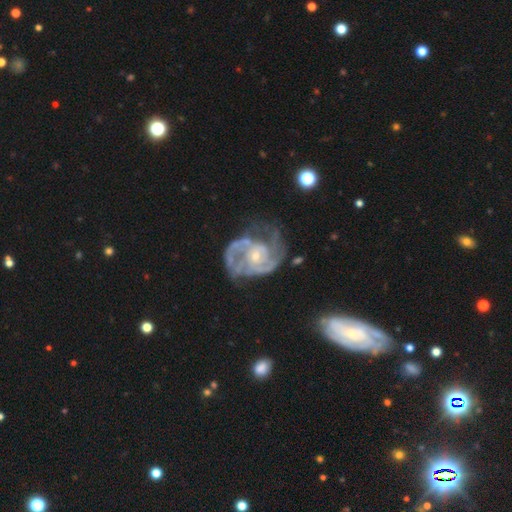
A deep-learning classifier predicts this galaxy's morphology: A featured or disk galaxy (89%) with no bar (65%), 2 (52%) medium (47%) spiral arms (95%) and a small central bulge (68%).

Vote fractions:
- Smooth or featured? featured or disk: 89% / star or artifact: 5% / smooth: 5%
- Edge-on disk? no: 98% / yes: 2%
- Bar? no: 65% / weak: 28% / strong: 7%
- Spiral arms? yes: 95% / no: 5%
- Spiral winding? medium: 47% / tight: 40% / loose: 13%
- Spiral arm count? 2: 52% / 3: 19% / can't tell: 16% / 1: 5% / 4: 5% / more than 4: 4%
- Bulge size? small: 68% / moderate: 27% / none: 2% / large: 1% / dominant: 1%
- Merging? none: 50% / minor disturbance: 23% / major disturbance: 23% / merger: 5%